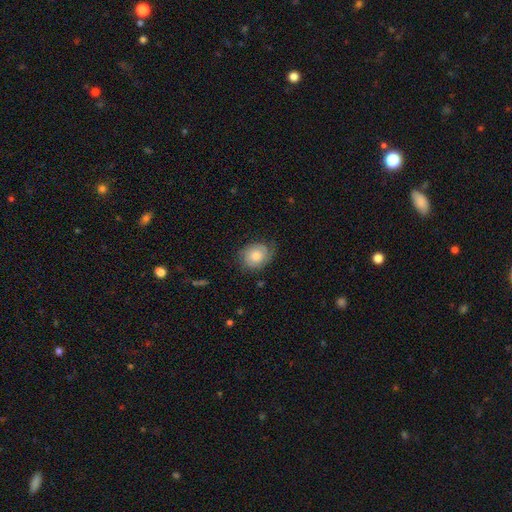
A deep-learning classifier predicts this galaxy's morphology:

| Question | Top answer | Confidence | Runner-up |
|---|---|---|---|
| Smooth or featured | smooth | 57% | featured or disk (35%) |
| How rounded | round | 56% | in between (43%) |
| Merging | none | 67% | minor disturbance (24%) |